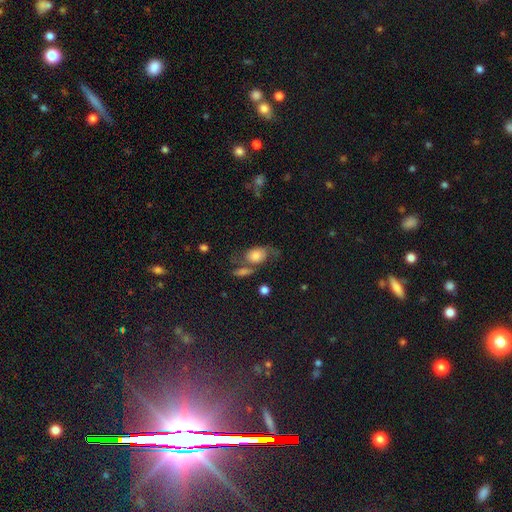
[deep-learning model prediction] Smooth or featured?
  - smooth: 66% *
  - featured or disk: 24%
  - star or artifact: 10%
How rounded?
  - in between: 71% *
  - round: 26%
  - cigar-shaped: 3%
Merging?
  - none: 38% *
  - minor disturbance: 24%
  - merger: 21%
  - major disturbance: 17%